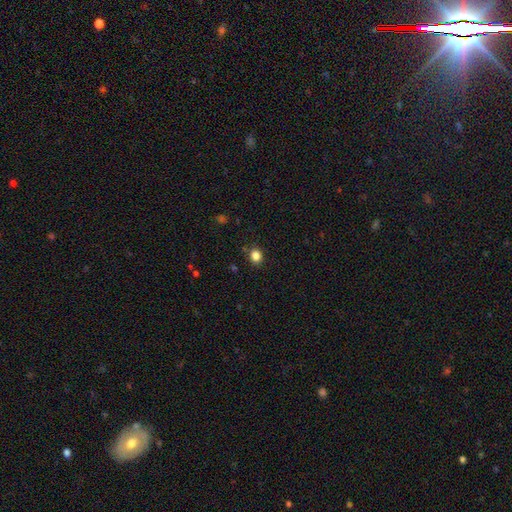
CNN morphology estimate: The model was most divided on "how rounded": round: 66%, in between: 33%, cigar-shaped: 1%. More confident: merging — none (86%); smooth or featured — smooth (84%).